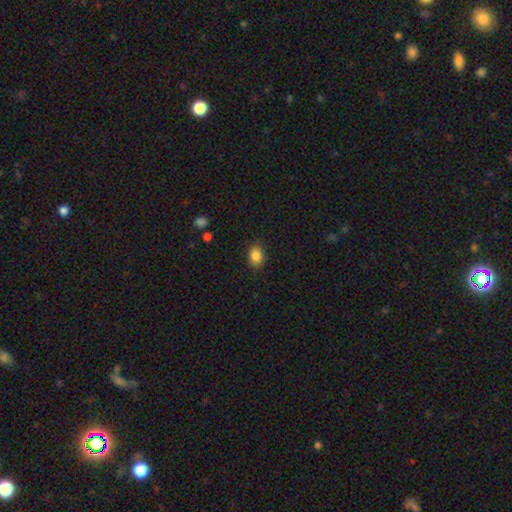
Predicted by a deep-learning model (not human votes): The model was most divided on "how rounded": in between: 71%, round: 28%, cigar-shaped: 1%. More confident: smooth or featured — smooth (87%); merging — none (86%).